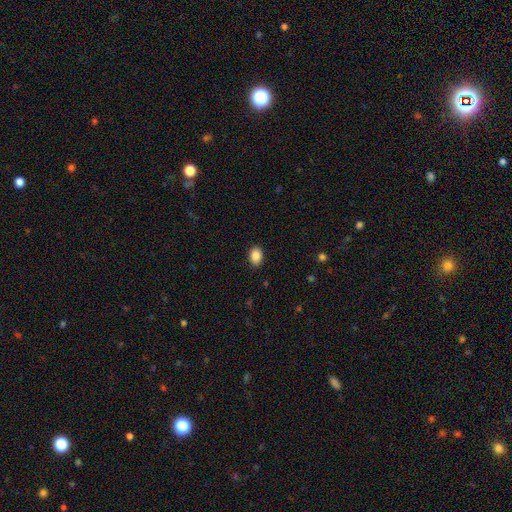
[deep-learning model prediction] A smooth galaxy with no disk features (88%) that is in between round and cigar-shaped (78%).

Vote fractions:
- Smooth or featured? smooth: 88% / star or artifact: 8% / featured or disk: 4%
- How rounded? in between: 78% / round: 21% / cigar-shaped: 1%
- Merging? none: 89% / minor disturbance: 8% / major disturbance: 2% / merger: 1%